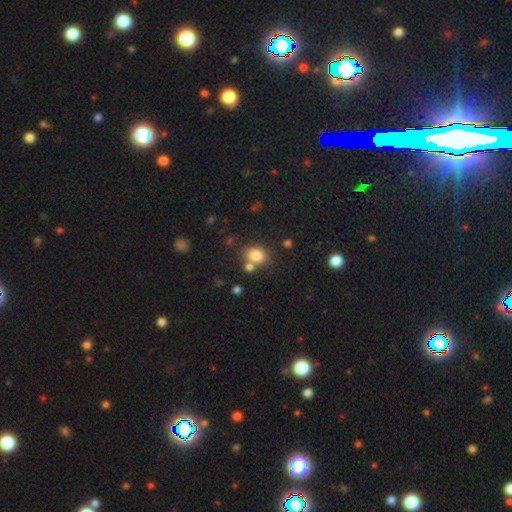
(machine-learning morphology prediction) A smooth galaxy with no disk features (81%) that is in between round and cigar-shaped (55%). Merging: none (66%).